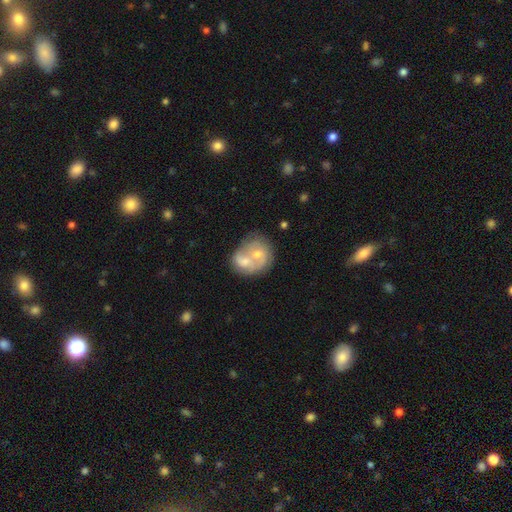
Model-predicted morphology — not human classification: featured or disk 52%, smooth 41%, star or artifact 6%. Down the decision tree: edge-on disk — no (98%); bar — no (78%); spiral arms — yes (51%); bulge size — moderate (55%); merging — merger (75%).